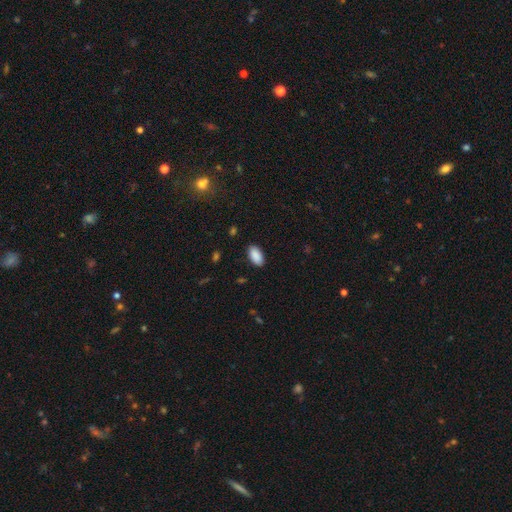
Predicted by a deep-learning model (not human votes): Overall: smooth (90%). How rounded: in between (95%). Merging: none (89%).